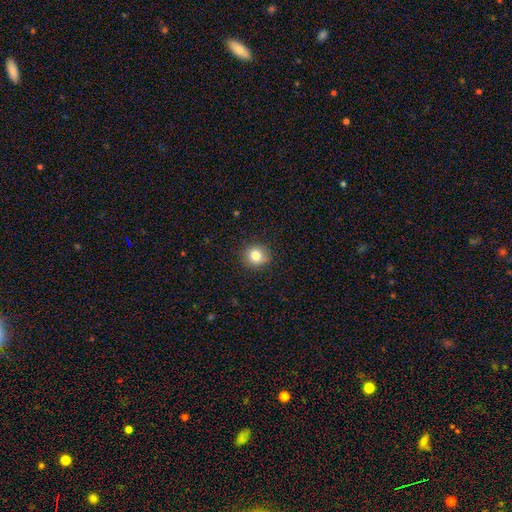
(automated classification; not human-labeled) smooth_or_featured: smooth (p=0.82) [alt: star or artifact p=0.11]
how_rounded: round (p=0.88) [alt: in between p=0.11]
merging: none (p=0.90) [alt: minor disturbance p=0.07]